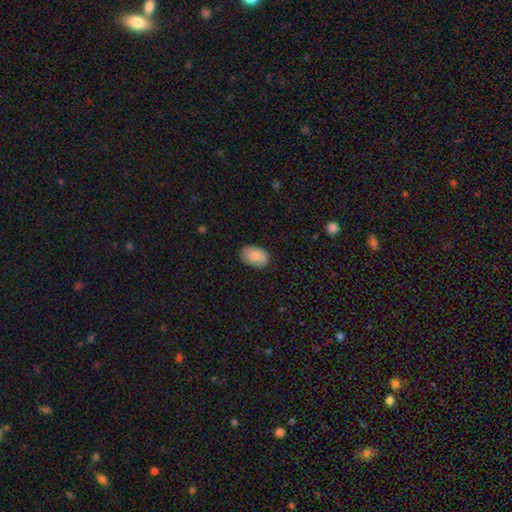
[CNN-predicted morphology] A smooth galaxy with no disk features (87%) that is in between round and cigar-shaped (89%). Merging: none (83%).